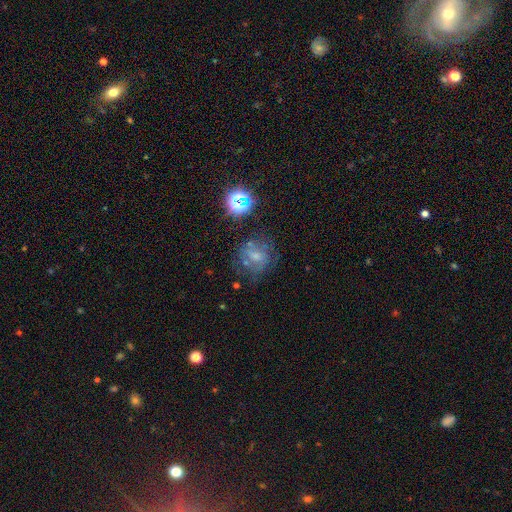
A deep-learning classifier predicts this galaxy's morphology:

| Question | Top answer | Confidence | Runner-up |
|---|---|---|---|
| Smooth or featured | smooth | 36% | featured or disk (35%) |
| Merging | none | 57% | minor disturbance (21%) |